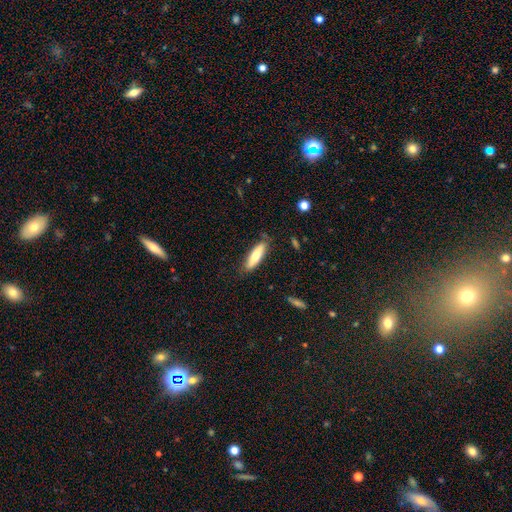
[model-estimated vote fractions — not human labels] Morphology: type=smooth (69%); roundness=cigar-shaped (54%); merging=none (81%).